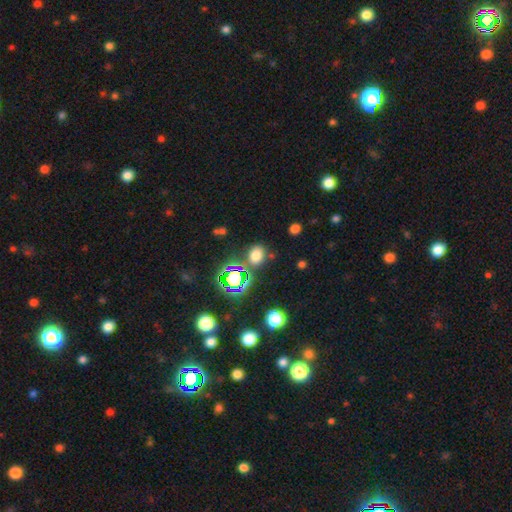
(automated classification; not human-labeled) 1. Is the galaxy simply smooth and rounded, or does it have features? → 64% smooth, 29% star or artifact, 7% featured or disk.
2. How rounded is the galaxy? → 52% in between, 47% round, 2% cigar-shaped.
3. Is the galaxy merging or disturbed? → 74% none, 13% minor disturbance, 8% merger, 5% major disturbance.